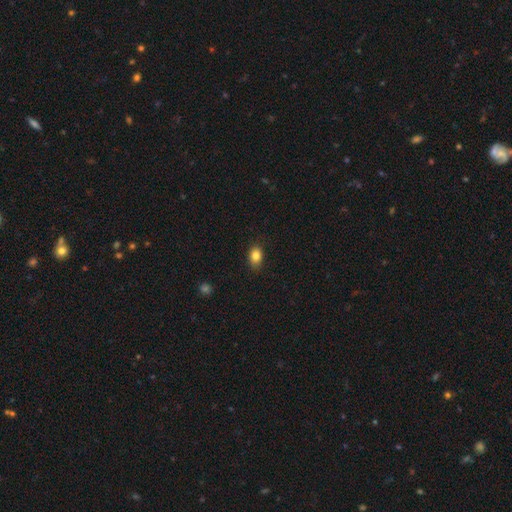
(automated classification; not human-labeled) Smooth or featured? smooth (85%)
How rounded? in between (74%)
Merging? none (86%)